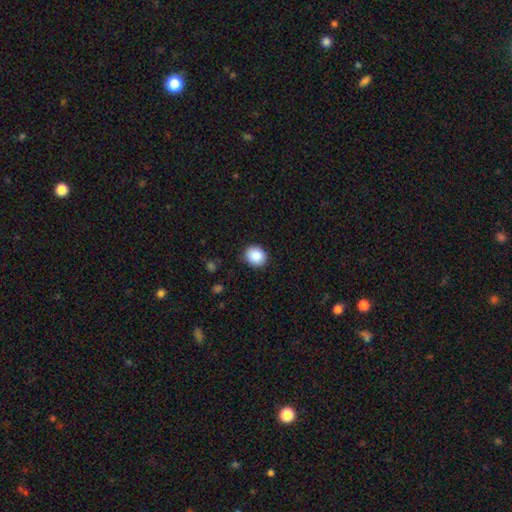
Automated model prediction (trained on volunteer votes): Smooth or featured? smooth (88%)
How rounded? round (66%)
Merging? none (89%)